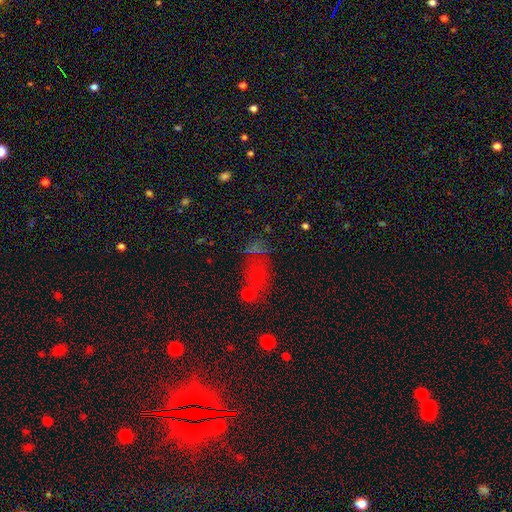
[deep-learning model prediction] Morphology: type=star or artifact (44%).